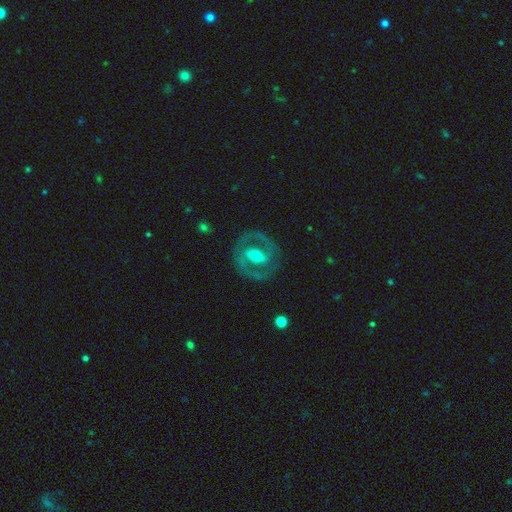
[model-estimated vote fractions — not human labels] Overall: featured or disk (76%). Edge-on disk: no (96%). Bar: weak (36%; strong 33%). Spiral arms: yes (59%; no 41%). Bulge size: moderate (63%; small 28%). Merging: none (80%).